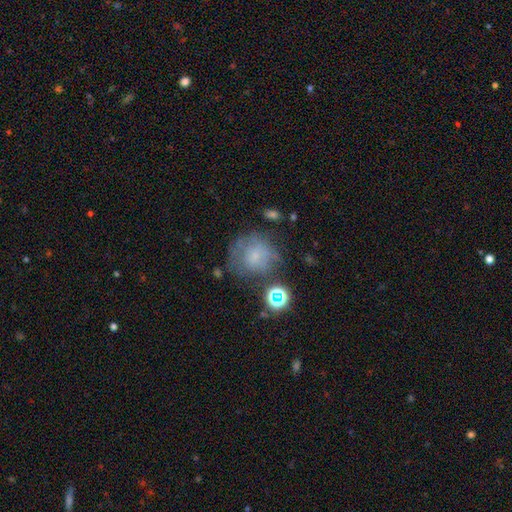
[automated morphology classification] smooth 51%, featured or disk 31%, star or artifact 17%. Down the decision tree: how rounded — round (84%); merging — none (52%).